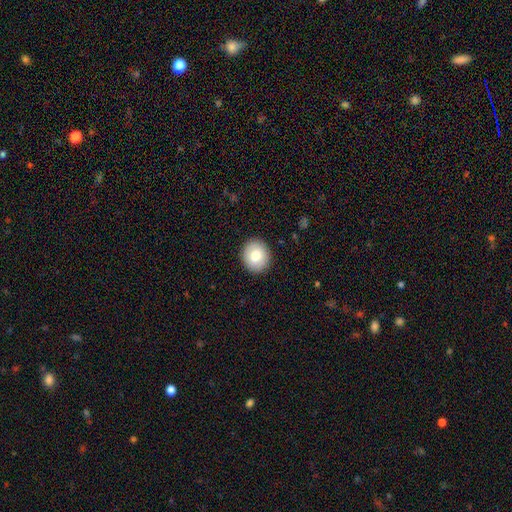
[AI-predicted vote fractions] Smooth or featured?
  - smooth: 78% *
  - featured or disk: 14%
  - star or artifact: 8%
How rounded?
  - round: 77% *
  - in between: 23%
  - cigar-shaped: 1%
Merging?
  - none: 91% *
  - minor disturbance: 6%
  - major disturbance: 2%
  - merger: 1%